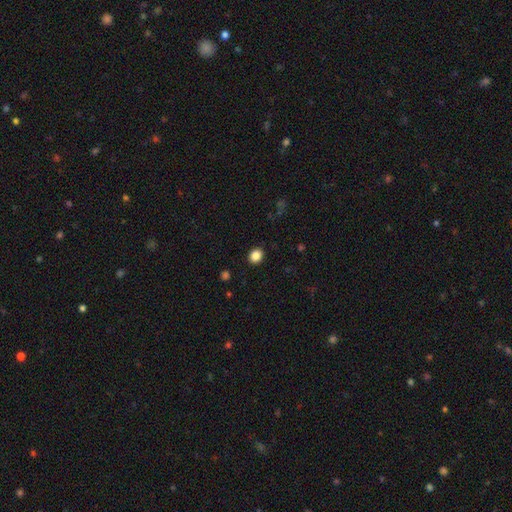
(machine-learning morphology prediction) The model was most divided on "how rounded": round: 65%, in between: 34%, cigar-shaped: 1%. More confident: merging — none (90%); smooth or featured — smooth (87%).